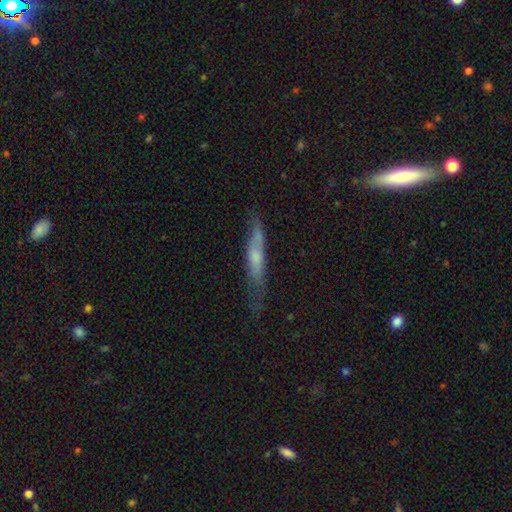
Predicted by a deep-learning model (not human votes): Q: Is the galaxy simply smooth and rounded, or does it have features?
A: featured or disk — 48%.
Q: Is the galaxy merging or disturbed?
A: none — 60%.